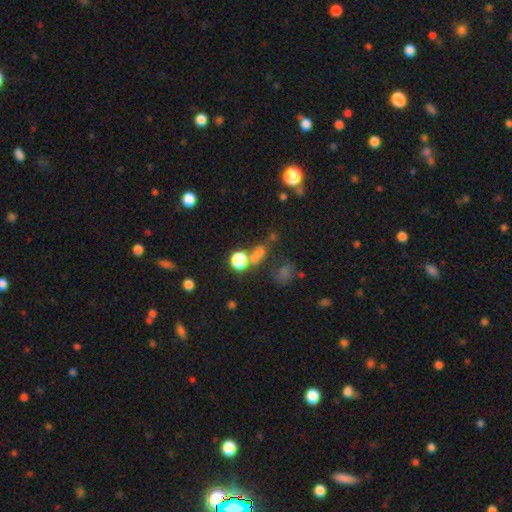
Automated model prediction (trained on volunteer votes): The model was most divided on "smooth or featured": star or artifact: 47%, smooth: 42%, featured or disk: 11%.